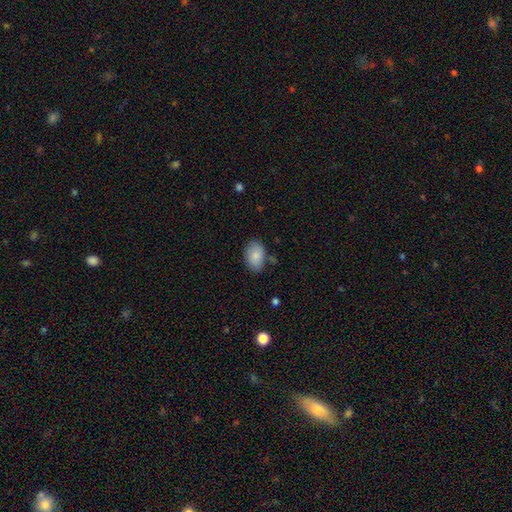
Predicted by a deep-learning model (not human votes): Smooth or featured? Predicted: smooth (p=0.84). How rounded? Predicted: in between (p=0.89). Merging? Predicted: none (p=0.75).